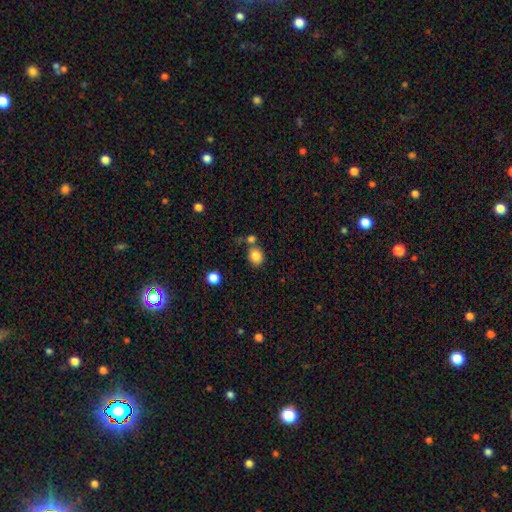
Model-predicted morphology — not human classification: smooth-or-featured: smooth: 84% | star or artifact: 10% | featured or disk: 6%
  how-rounded: round: 71% | in between: 28% | cigar-shaped: 1%
  merging: none: 65% | merger: 20% | minor disturbance: 12% | major disturbance: 4%